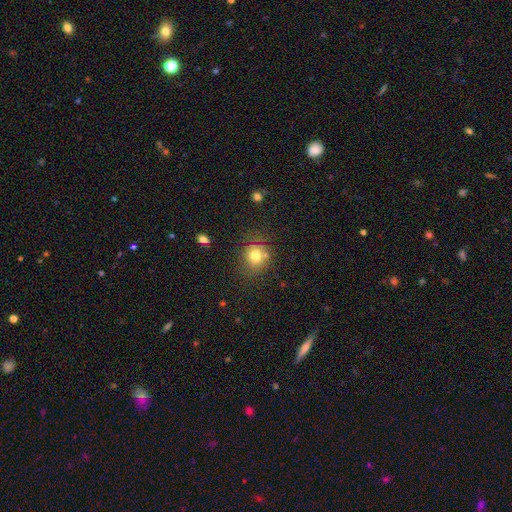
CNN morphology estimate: A smooth galaxy with no disk features (76%) that is round (79%). Merging: none (71%).